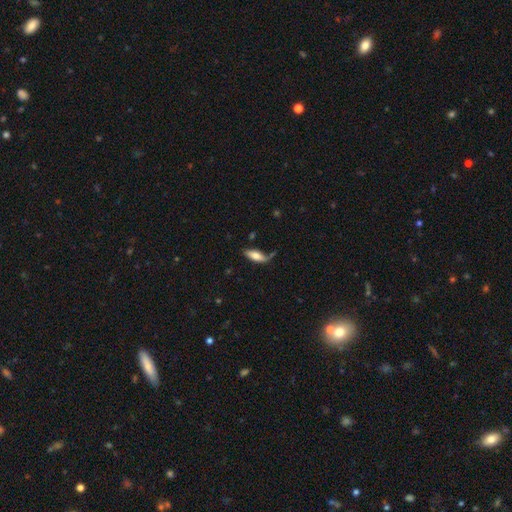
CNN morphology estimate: This appears to be a smooth galaxy with no disk features (67%) that is in between round and cigar-shaped (64%). Merging: none (60%).